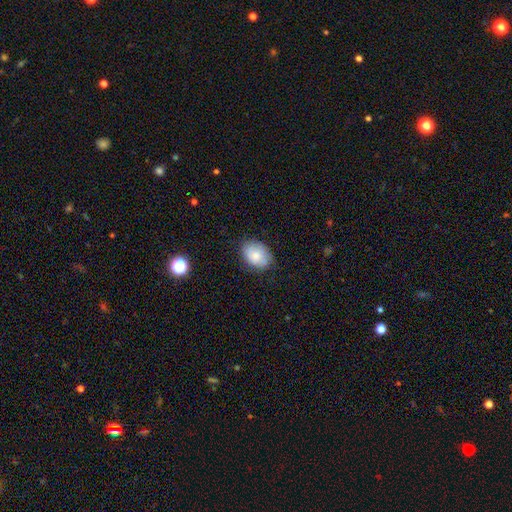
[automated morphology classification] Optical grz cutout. It shows a smooth galaxy with no disk features (77%) that is in between round and cigar-shaped (74%). Merging: none (76%).